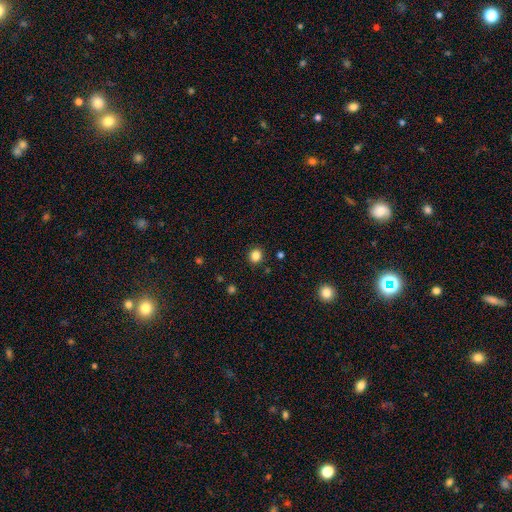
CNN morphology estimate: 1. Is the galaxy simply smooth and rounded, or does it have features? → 84% smooth, 12% star or artifact, 4% featured or disk.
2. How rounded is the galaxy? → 82% round, 17% in between, 1% cigar-shaped.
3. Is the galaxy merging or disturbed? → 90% none, 6% minor disturbance, 2% major disturbance, 1% merger.